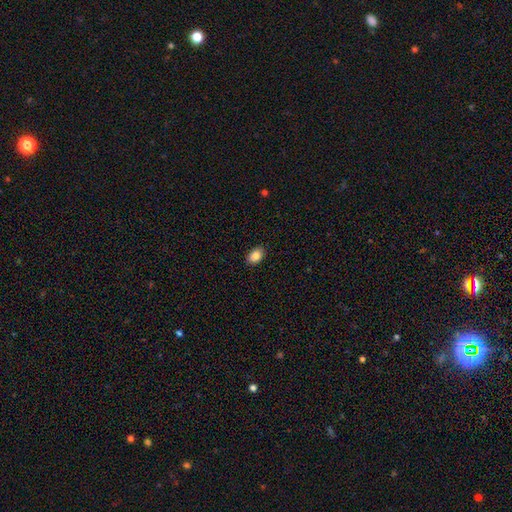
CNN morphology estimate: Smooth or featured: smooth — 86% (star or artifact — 8%)
How rounded: in between — 83% (round — 16%)
Merging: none — 89% (minor disturbance — 8%)